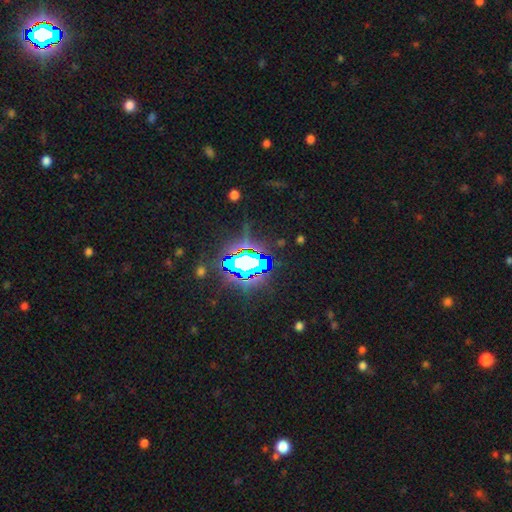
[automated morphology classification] Overall: star or artifact (83%).